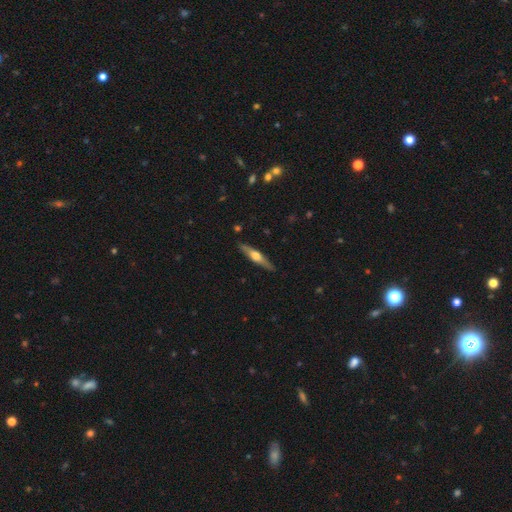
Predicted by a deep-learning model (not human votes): Smooth or featured? featured or disk (64%)
Edge-on disk? yes (96%)
Edge-on bulge? rounded (90%)
Merging? none (88%)